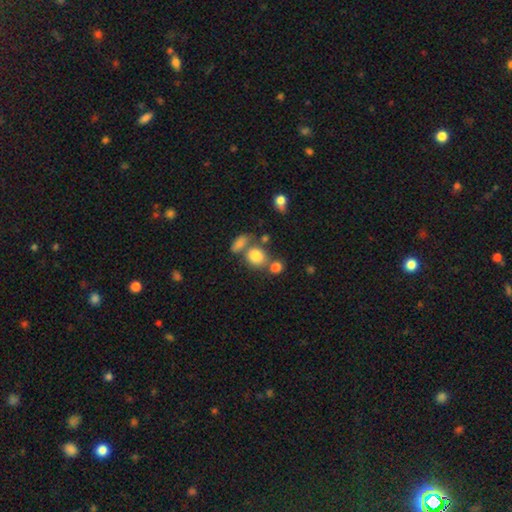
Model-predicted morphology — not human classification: smooth 81%, star or artifact 11%, featured or disk 8%. Down the decision tree: how rounded — round (65%); merging — none (51%).